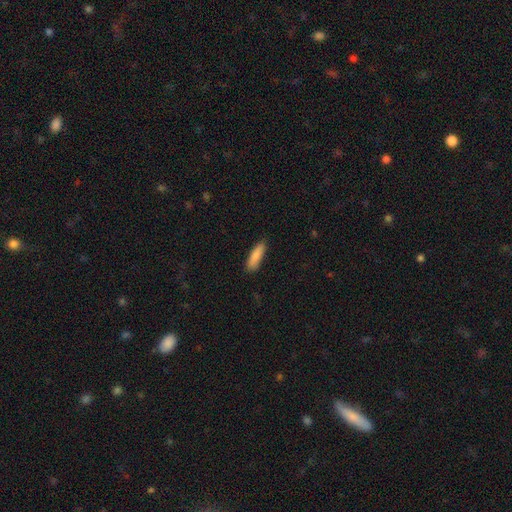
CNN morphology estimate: The model was most divided on "how rounded": cigar-shaped: 57%, in between: 41%, round: 2%. More confident: smooth or featured — smooth (86%); merging — none (83%).